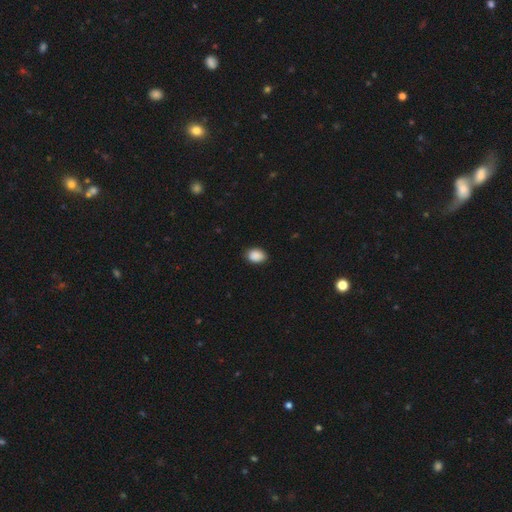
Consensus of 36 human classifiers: smooth_or_featured: smooth (p=0.97) [alt: star or artifact p=0.03]
how_rounded: in between (p=0.80) [alt: round p=0.20]
merging: none (p=0.86) [alt: minor disturbance p=0.11]